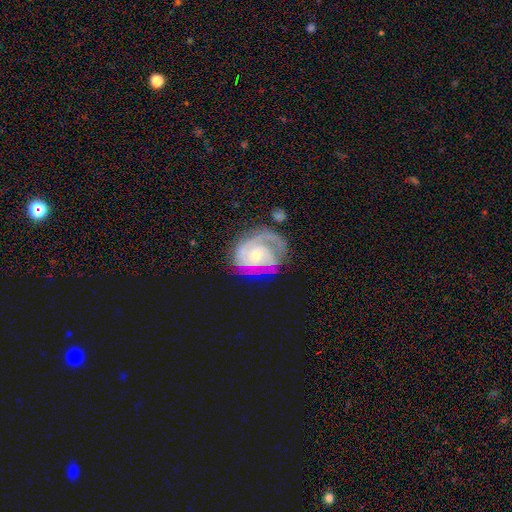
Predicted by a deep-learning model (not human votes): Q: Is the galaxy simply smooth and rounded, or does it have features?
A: featured or disk — 84%.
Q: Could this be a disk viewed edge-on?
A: no — 97%.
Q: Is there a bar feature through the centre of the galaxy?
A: no — 73%.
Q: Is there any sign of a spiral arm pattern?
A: yes — 94%.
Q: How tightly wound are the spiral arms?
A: tight — 61%.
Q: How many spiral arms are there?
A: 2 — 34%.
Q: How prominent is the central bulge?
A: small — 60%.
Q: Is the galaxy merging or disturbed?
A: none — 60%.